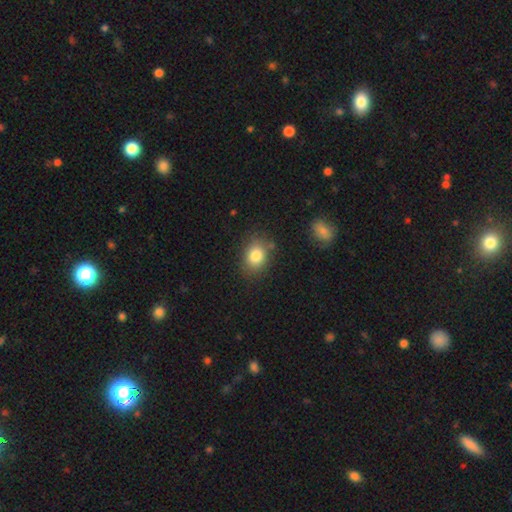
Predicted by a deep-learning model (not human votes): This appears to be a smooth galaxy with no disk features (82%) that is in between round and cigar-shaped (58%). Merging: none (77%).